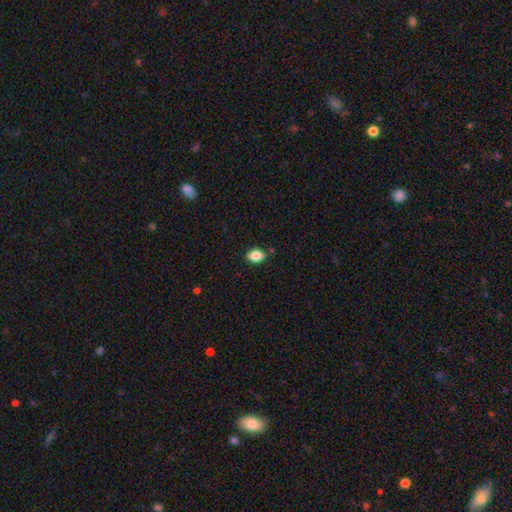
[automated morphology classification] A smooth galaxy with no disk features (86%) that is in between round and cigar-shaped (79%). Merging: none (83%).